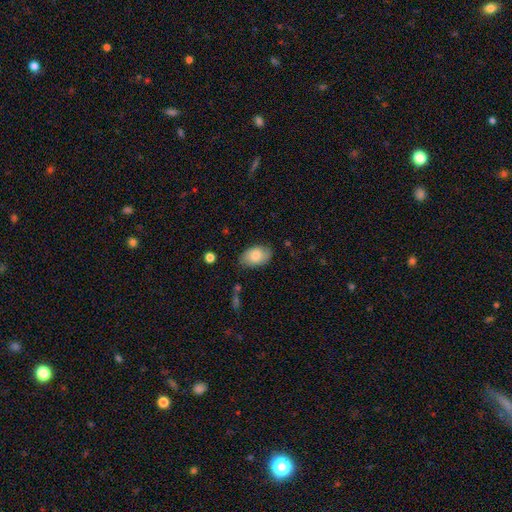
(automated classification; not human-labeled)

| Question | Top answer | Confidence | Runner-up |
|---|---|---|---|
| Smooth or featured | smooth | 78% | featured or disk (15%) |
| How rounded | in between | 91% | round (8%) |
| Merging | none | 78% | minor disturbance (17%) |